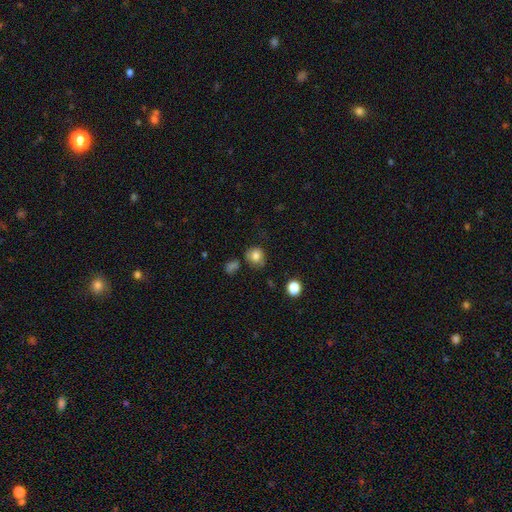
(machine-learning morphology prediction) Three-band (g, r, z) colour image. It shows a smooth galaxy with no disk features (79%) that is round (70%). Merging: none (59%).